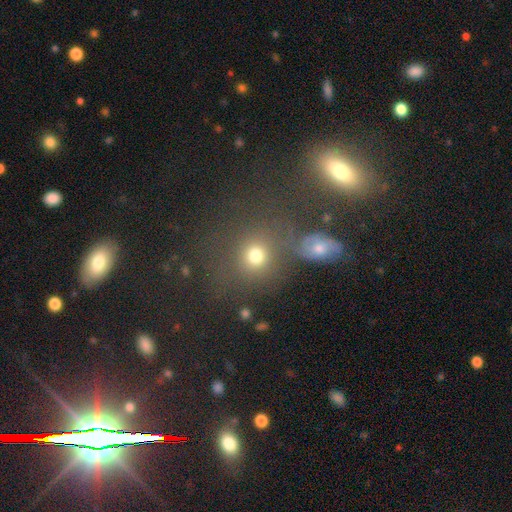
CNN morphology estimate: smooth 74%, star or artifact 16%, featured or disk 10%. Down the decision tree: how rounded — round (81%); merging — none (65%).